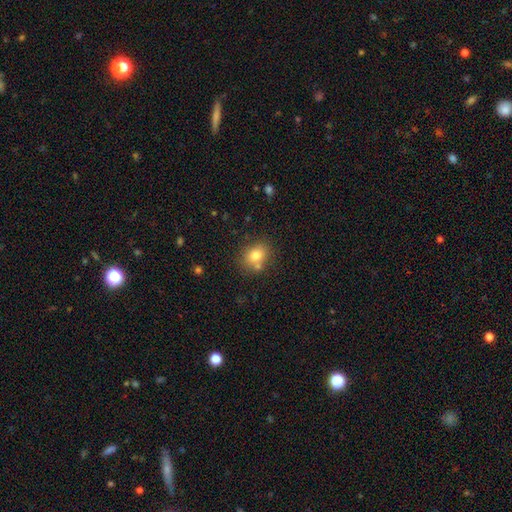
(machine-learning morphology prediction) Overall: smooth (79%). How rounded: in between (53%; round 46%). Merging: none (69%).